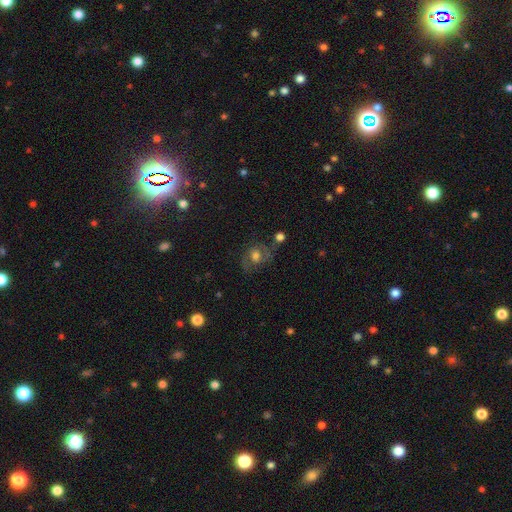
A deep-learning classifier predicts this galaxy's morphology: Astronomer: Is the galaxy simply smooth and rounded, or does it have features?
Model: featured or disk — 58%.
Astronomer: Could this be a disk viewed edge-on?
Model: no — 96%.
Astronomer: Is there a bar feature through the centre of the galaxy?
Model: no — 67%.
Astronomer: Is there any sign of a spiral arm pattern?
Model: yes — 77%.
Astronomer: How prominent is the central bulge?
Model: moderate — 54%.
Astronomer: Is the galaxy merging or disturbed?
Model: none — 62%.